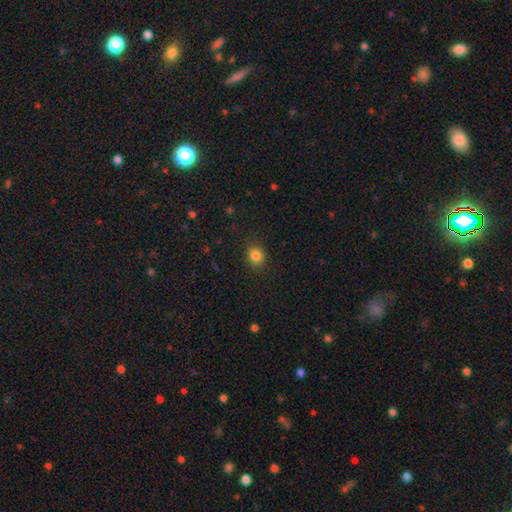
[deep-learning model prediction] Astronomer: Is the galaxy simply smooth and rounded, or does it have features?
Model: smooth — 84%.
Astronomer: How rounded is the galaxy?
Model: round — 76%.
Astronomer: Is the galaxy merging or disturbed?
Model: none — 87%.